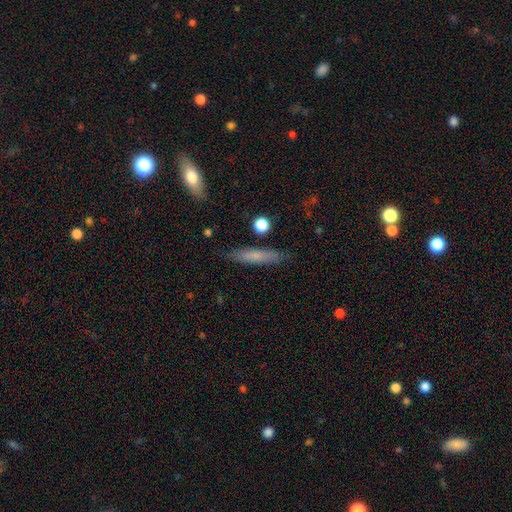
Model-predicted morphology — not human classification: A smooth galaxy with no disk features (69%) that is cigar-shaped (87%). Merging: none (86%).